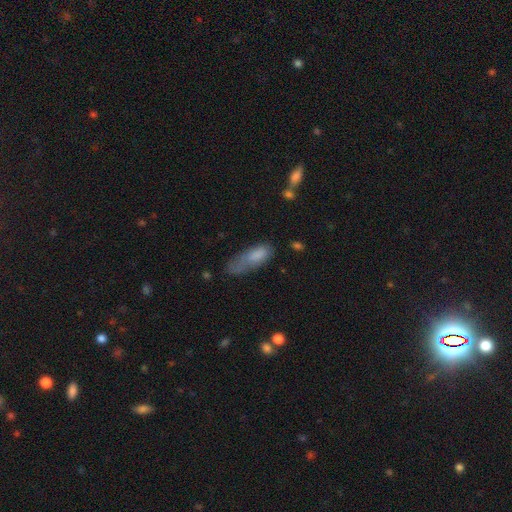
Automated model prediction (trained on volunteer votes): This is likely a smooth galaxy (76%). How rounded: likely in between (65%). Merging: marginally minor disturbance (36%).